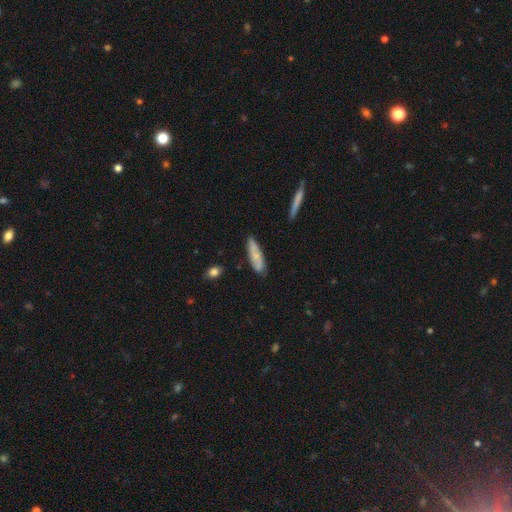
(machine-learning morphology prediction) smooth 64%, featured or disk 29%, star or artifact 7%. Down the decision tree: how rounded — cigar-shaped (59%); merging — none (81%).